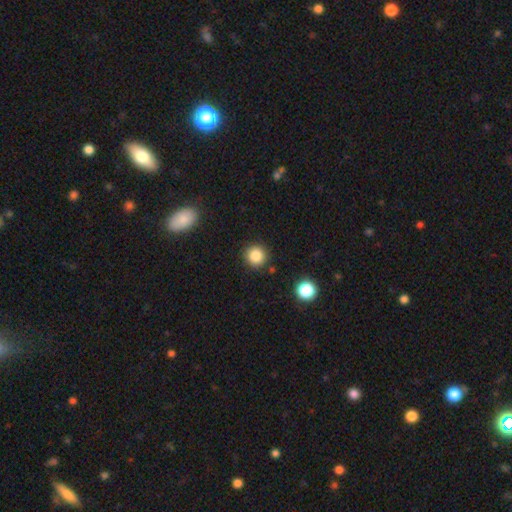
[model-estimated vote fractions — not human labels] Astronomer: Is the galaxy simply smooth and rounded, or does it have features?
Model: smooth — 85%.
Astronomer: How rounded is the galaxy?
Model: round — 93%.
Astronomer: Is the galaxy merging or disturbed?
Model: none — 89%.